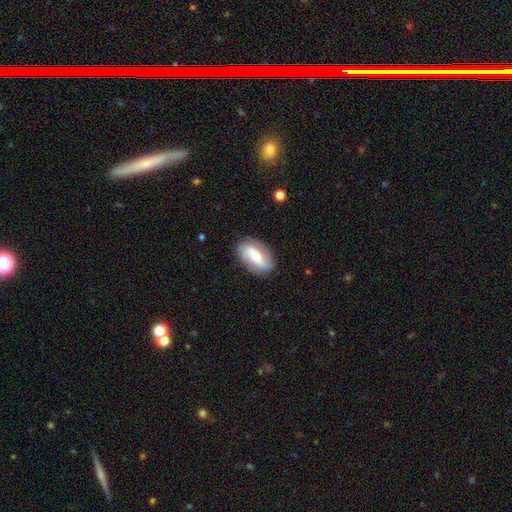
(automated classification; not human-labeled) Q: Smooth or featured?
A: featured or disk (56%); runner-up: smooth (37%)
Q: Edge-on disk?
A: no (91%); runner-up: yes (9%)
Q: Bar?
A: weak (38%); runner-up: strong (36%)
Q: Spiral arms?
A: yes (77%); runner-up: no (23%)
Q: Bulge size?
A: moderate (50%); runner-up: small (40%)
Q: Merging?
A: none (82%); runner-up: minor disturbance (13%)